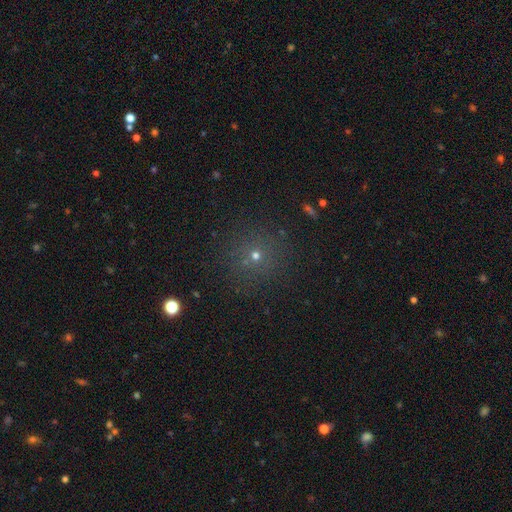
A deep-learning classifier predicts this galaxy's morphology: This appears to be a smooth galaxy with no disk features (60%) that is round (91%). Merging: none (85%).